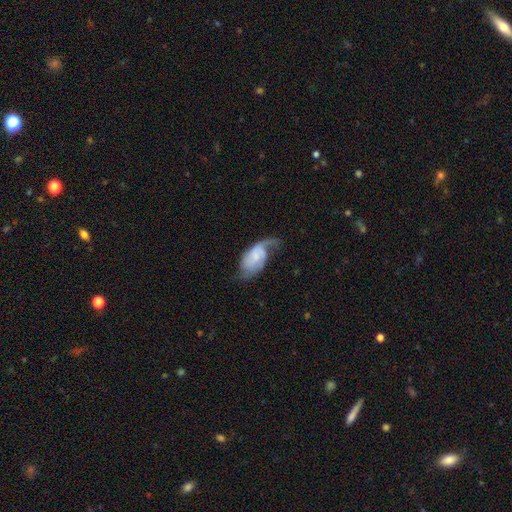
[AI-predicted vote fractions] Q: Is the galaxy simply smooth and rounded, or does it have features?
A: featured or disk — 63%.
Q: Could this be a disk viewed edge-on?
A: no — 96%.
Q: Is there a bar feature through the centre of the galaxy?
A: no — 57%.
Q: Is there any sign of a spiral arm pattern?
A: yes — 89%.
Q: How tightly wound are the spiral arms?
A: loose — 47%.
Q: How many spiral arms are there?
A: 2 — 59%.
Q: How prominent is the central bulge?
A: small — 41%.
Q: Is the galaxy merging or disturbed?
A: major disturbance — 35%.